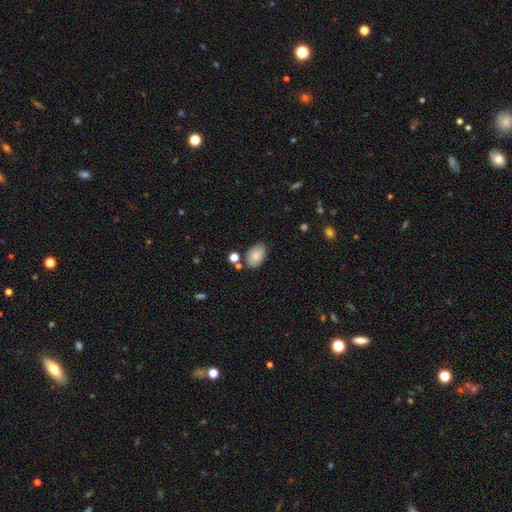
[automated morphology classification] Q: Smooth or featured?
A: smooth (84%); runner-up: featured or disk (8%)
Q: How rounded?
A: in between (88%); runner-up: round (11%)
Q: Merging?
A: none (73%); runner-up: minor disturbance (17%)